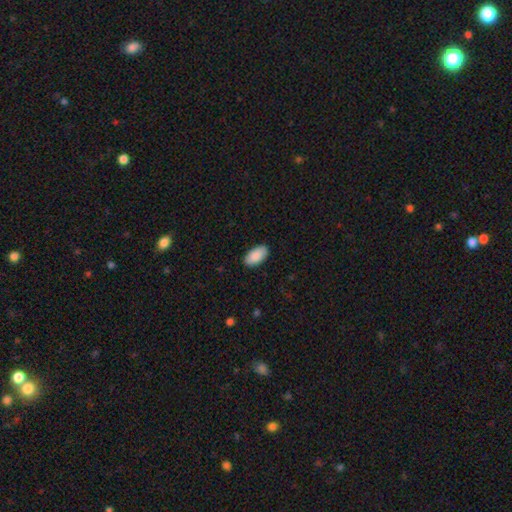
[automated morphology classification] Q: Smooth or featured?
A: smooth (89%); runner-up: star or artifact (6%)
Q: How rounded?
A: in between (96%); runner-up: round (2%)
Q: Merging?
A: none (88%); runner-up: minor disturbance (9%)